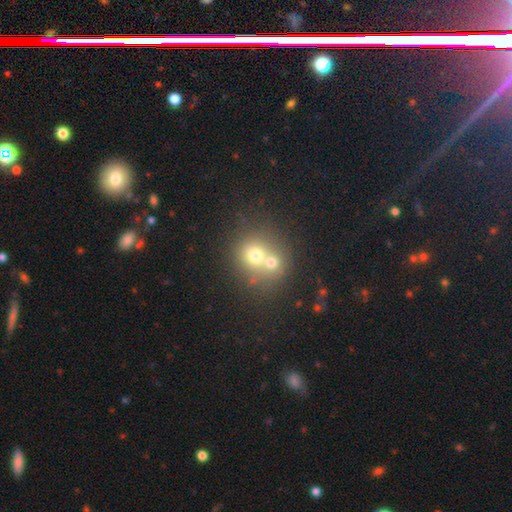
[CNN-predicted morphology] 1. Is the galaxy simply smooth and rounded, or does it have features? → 67% smooth, 19% featured or disk, 14% star or artifact.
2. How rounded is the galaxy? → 82% round, 17% in between, 1% cigar-shaped.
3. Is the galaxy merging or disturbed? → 58% merger, 34% none, 6% minor disturbance, 3% major disturbance.